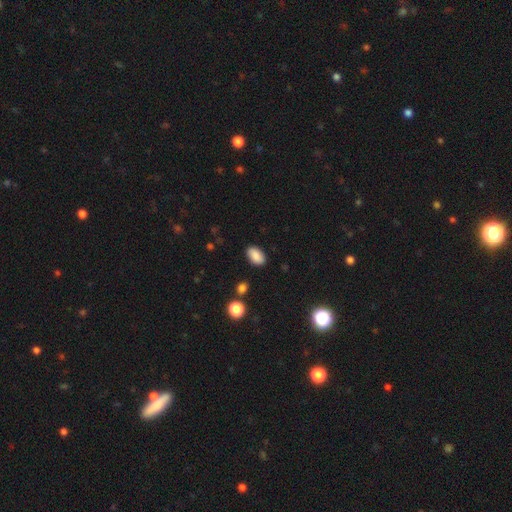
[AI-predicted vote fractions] A smooth galaxy with no disk features (87%) that is in between round and cigar-shaped (92%). Merging: none (87%).